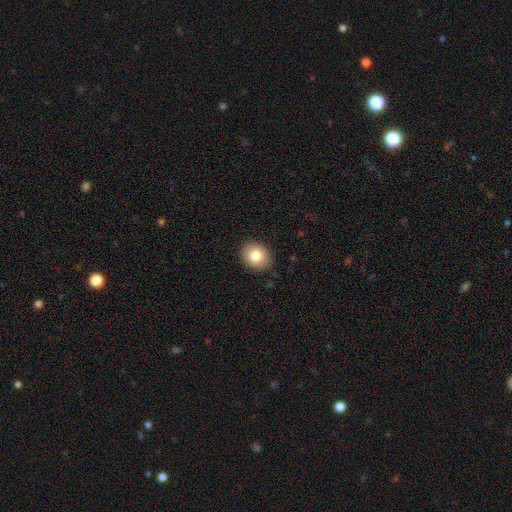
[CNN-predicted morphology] This is clearly a smooth galaxy (82%). How rounded: possibly round (57%). Merging: clearly none (89%).